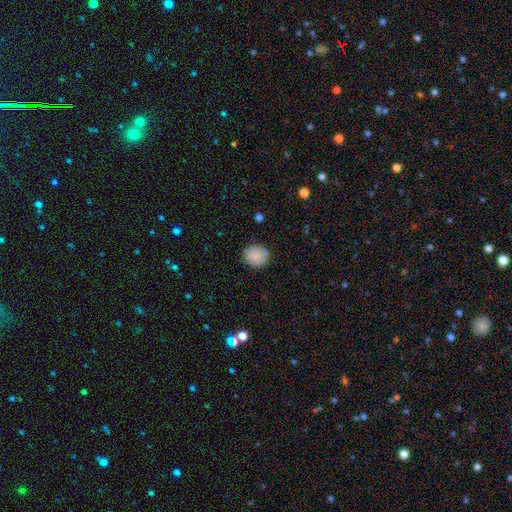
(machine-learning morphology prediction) Smooth or featured?
  - smooth: 86% *
  - star or artifact: 8%
  - featured or disk: 6%
How rounded?
  - round: 74% *
  - in between: 25%
  - cigar-shaped: 1%
Merging?
  - none: 83% *
  - minor disturbance: 12%
  - major disturbance: 3%
  - merger: 2%